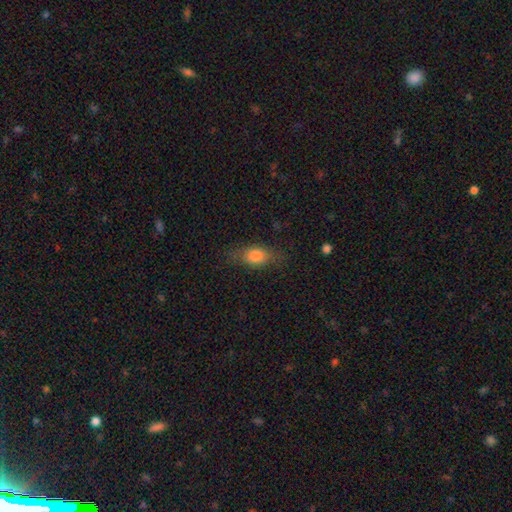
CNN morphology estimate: Smooth or featured: smooth — 75% (featured or disk — 16%)
How rounded: in between — 76% (round — 13%)
Merging: none — 72% (minor disturbance — 19%)